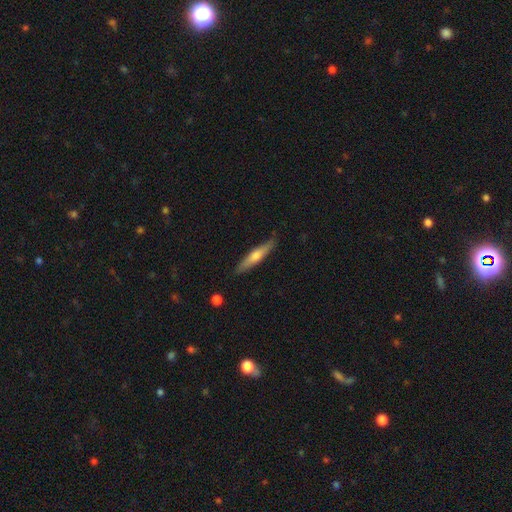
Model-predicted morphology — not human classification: type=featured or disk (48%); merging=none (86%).